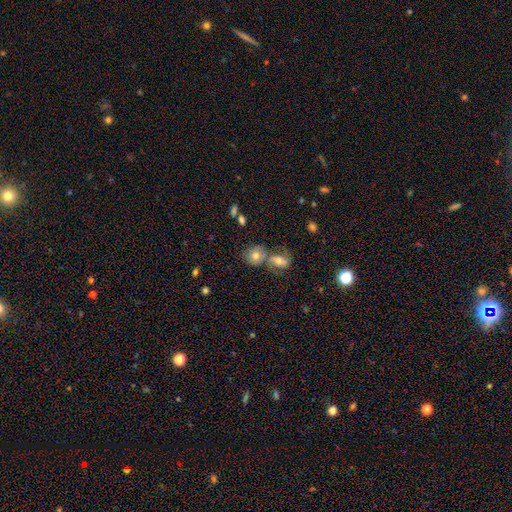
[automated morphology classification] Smooth or featured? smooth (66%)
How rounded? round (74%)
Merging? none (42%)